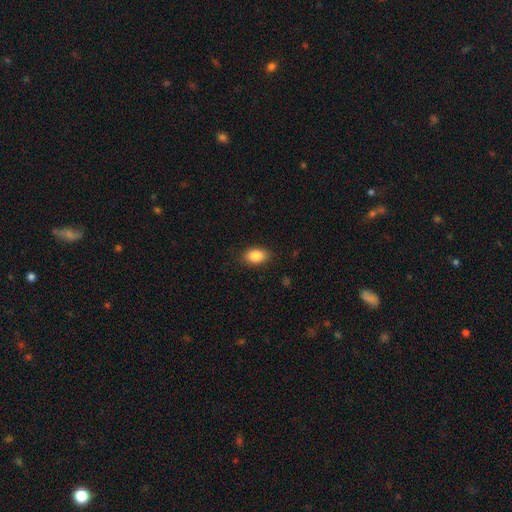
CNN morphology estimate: Smooth or featured? Predicted: smooth (p=0.86). How rounded? Predicted: in between (p=0.87). Merging? Predicted: none (p=0.86).